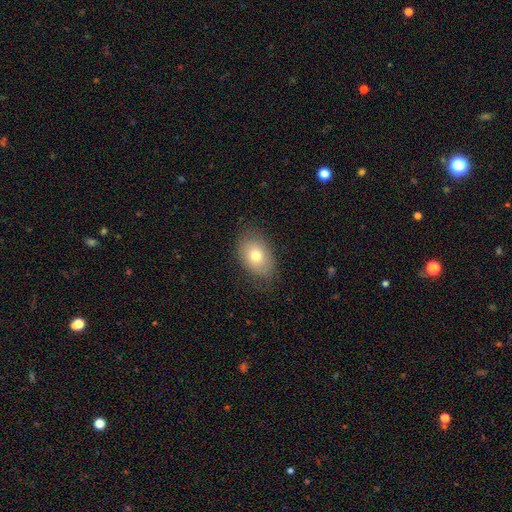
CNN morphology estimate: smooth-or-featured: smooth: 73% | featured or disk: 18% | star or artifact: 9%
  how-rounded: in between: 81% | round: 18% | cigar-shaped: 1%
  merging: none: 78% | minor disturbance: 17% | major disturbance: 4% | merger: 1%